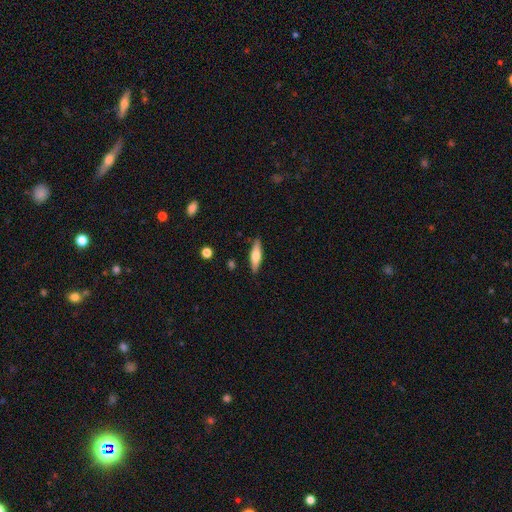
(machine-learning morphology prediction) Smooth or featured?
  - smooth: 59% *
  - featured or disk: 35%
  - star or artifact: 6%
How rounded?
  - cigar-shaped: 64% *
  - in between: 34%
  - round: 2%
Merging?
  - none: 87% *
  - minor disturbance: 10%
  - major disturbance: 2%
  - merger: 2%